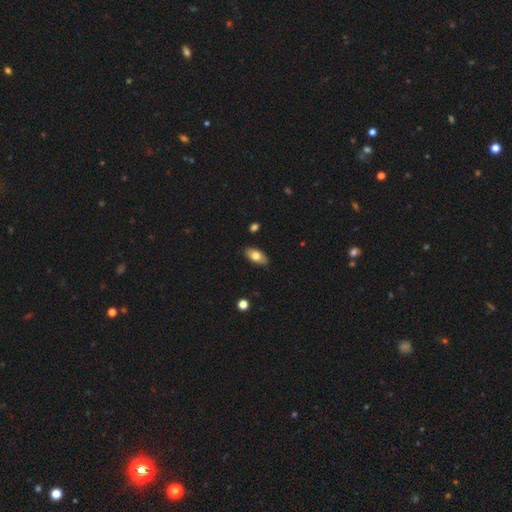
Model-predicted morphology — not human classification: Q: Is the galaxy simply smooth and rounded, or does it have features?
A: smooth — 75%.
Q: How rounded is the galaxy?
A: in between — 91%.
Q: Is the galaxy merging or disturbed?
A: none — 85%.